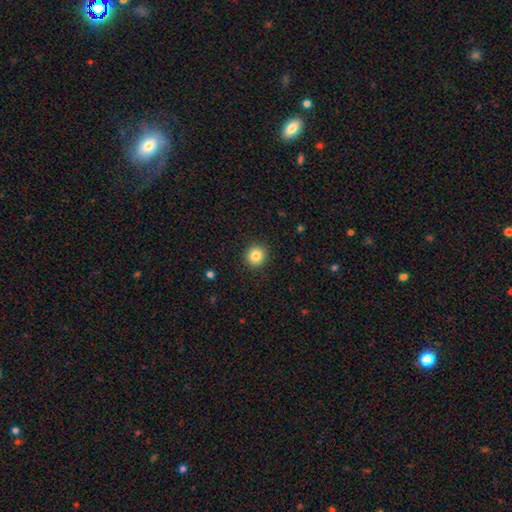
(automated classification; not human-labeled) smooth_or_featured: smooth (p=0.83) [alt: star or artifact p=0.11]
how_rounded: round (p=0.92) [alt: in between p=0.07]
merging: none (p=0.92) [alt: minor disturbance p=0.05]